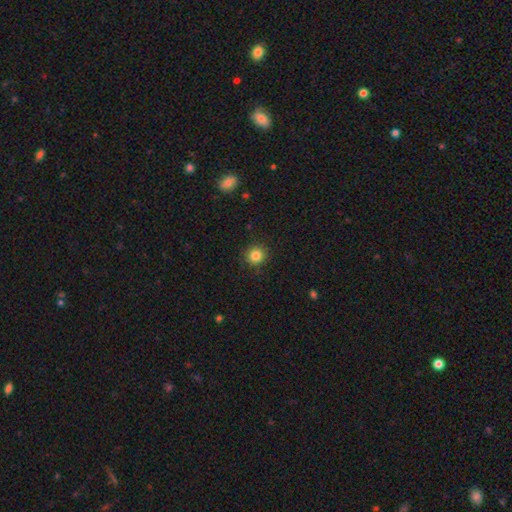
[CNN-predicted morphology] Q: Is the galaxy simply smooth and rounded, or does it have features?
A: smooth — 84%.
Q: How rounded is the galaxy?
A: round — 93%.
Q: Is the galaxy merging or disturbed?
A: none — 90%.